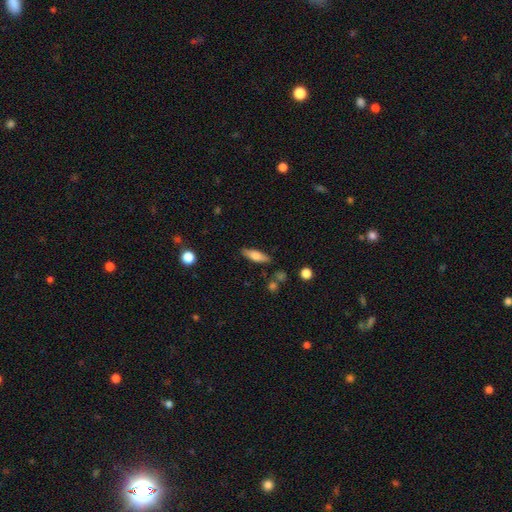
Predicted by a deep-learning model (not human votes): smooth 67%, featured or disk 26%, star or artifact 7%. Down the decision tree: how rounded — in between (49%); merging — none (83%).